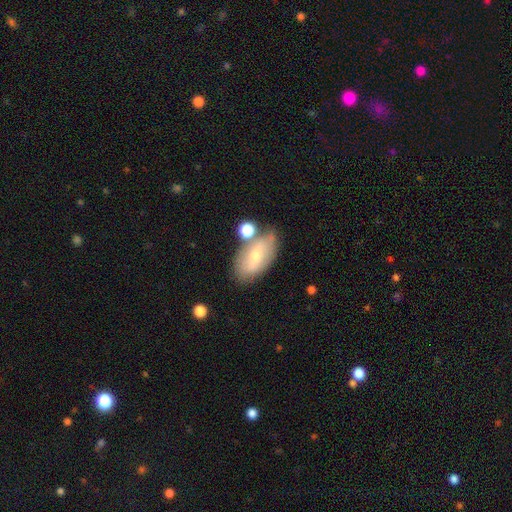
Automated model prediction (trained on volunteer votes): A smooth galaxy with no disk features (49%). Merging: none (59%).